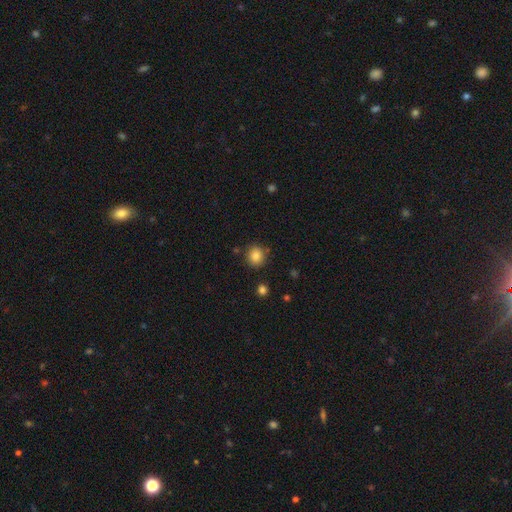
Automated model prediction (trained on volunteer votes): Overall: smooth (85%). How rounded: round (86%). Merging: none (85%).